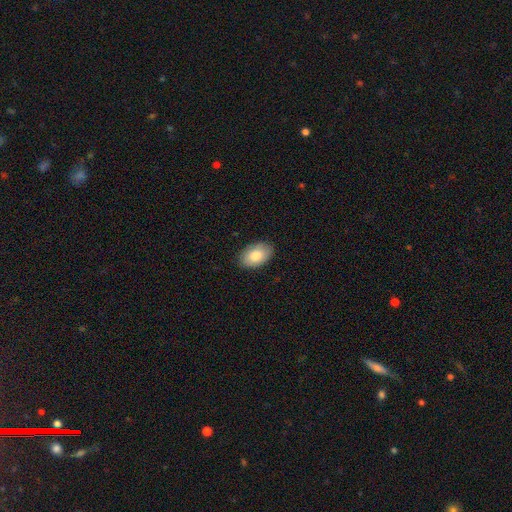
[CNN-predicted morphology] Smooth or featured? smooth (82%)
How rounded? in between (92%)
Merging? none (88%)